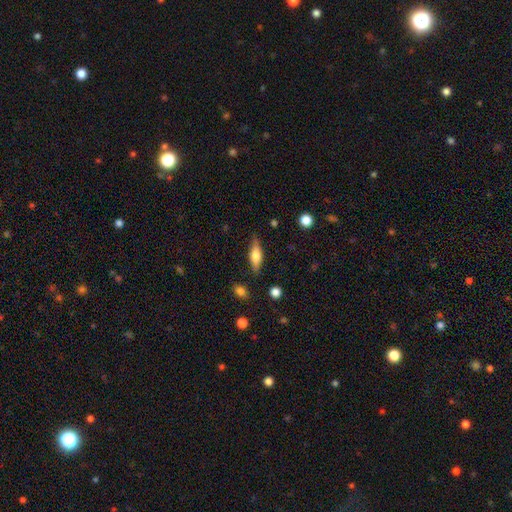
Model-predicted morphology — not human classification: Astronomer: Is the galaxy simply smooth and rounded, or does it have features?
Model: smooth — 55% (runner-up: featured or disk, 39%).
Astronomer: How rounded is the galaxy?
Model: in between — 52% (runner-up: cigar-shaped, 45%).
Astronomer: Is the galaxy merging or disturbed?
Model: none — 82%.